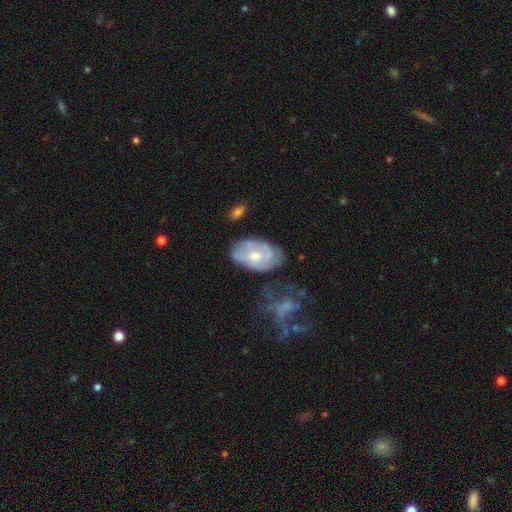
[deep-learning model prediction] Smooth or featured? Predicted: featured or disk (p=0.63). Edge-on disk? Predicted: no (p=0.95). Bar? Predicted: no (p=0.75). Spiral arms? Predicted: yes (p=0.64). Bulge size? Predicted: moderate (p=0.58). Merging? Predicted: none (p=0.58).